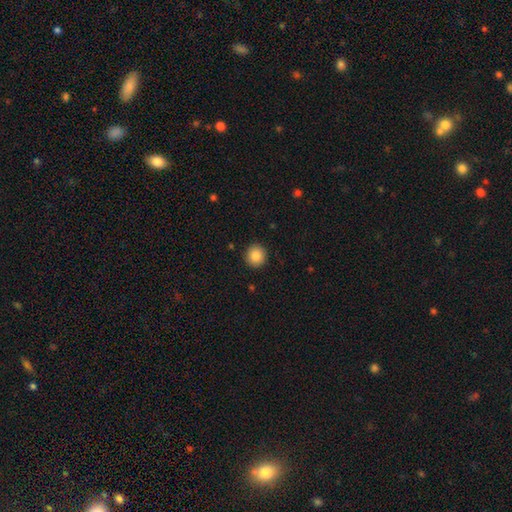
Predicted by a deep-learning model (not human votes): The model was most divided on "smooth or featured": smooth: 86%, star or artifact: 9%, featured or disk: 6%. More confident: how rounded — round (93%); merging — none (92%).